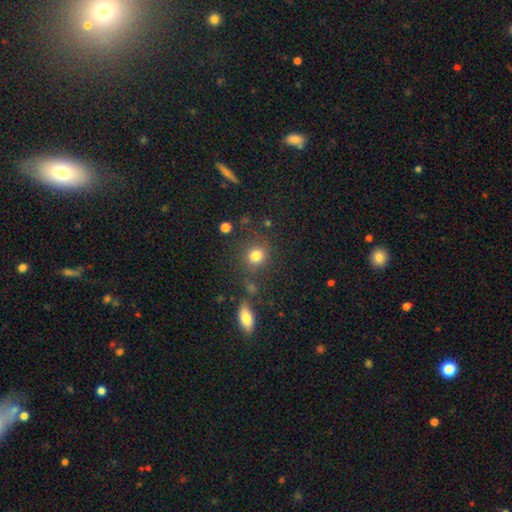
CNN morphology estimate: type=smooth (81%); roundness=round (80%); merging=none (75%).